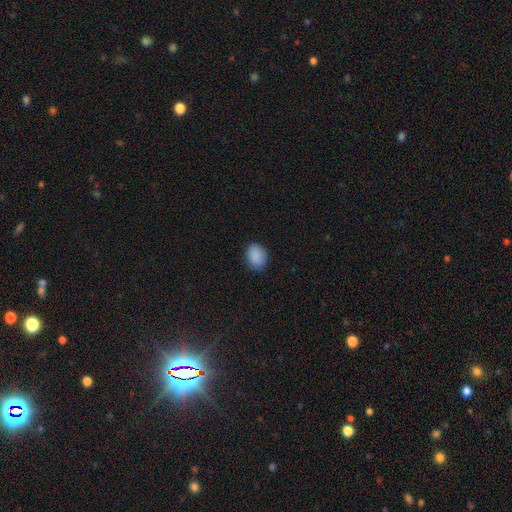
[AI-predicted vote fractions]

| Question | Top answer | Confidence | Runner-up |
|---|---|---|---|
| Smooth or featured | smooth | 89% | star or artifact (8%) |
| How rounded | in between | 68% | round (31%) |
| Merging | none | 83% | minor disturbance (13%) |